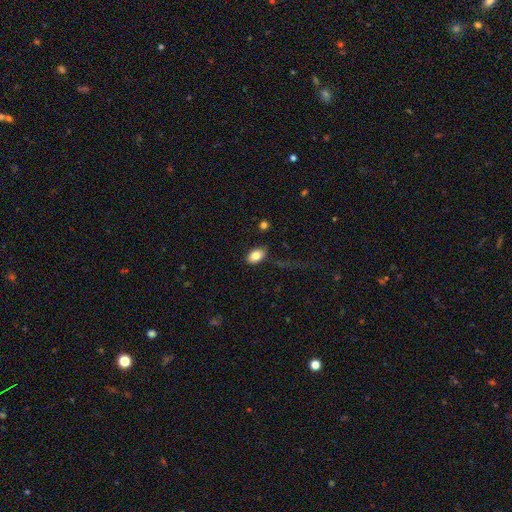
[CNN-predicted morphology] Smooth or featured? Predicted: smooth (p=0.82). How rounded? Predicted: in between (p=0.89). Merging? Predicted: none (p=0.84).